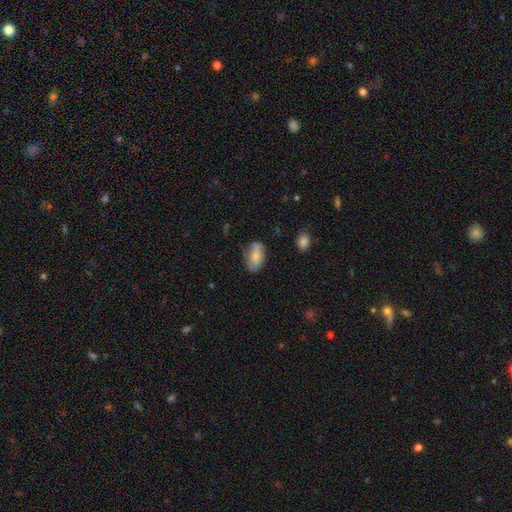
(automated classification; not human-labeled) The model was most divided on "merging": none: 62%, minor disturbance: 28%, major disturbance: 7%, merger: 3%. More confident: how rounded — in between (92%); smooth or featured — smooth (71%).